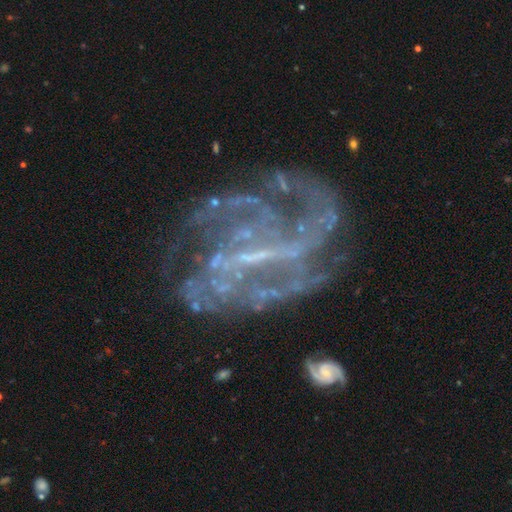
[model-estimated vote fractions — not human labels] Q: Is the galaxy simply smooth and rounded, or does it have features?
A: featured or disk — 84%.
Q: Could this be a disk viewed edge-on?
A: no — 97%.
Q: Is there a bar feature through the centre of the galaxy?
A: weak — 41%.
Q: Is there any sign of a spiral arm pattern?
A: yes — 89%.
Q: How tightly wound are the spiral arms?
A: tight — 43%.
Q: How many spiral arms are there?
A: can't tell — 32%.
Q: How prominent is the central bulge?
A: small — 47%.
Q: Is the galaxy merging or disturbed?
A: none — 61%.